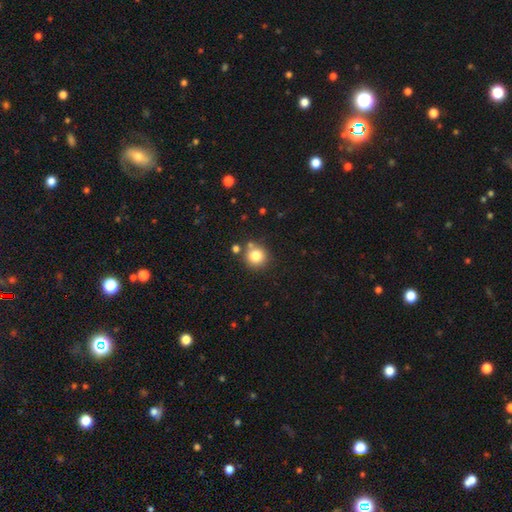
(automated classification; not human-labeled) Smooth or featured?
  - smooth: 82% *
  - star or artifact: 11%
  - featured or disk: 7%
How rounded?
  - round: 91% *
  - in between: 9%
  - cigar-shaped: 1%
Merging?
  - none: 75% *
  - merger: 11%
  - minor disturbance: 10%
  - major disturbance: 3%